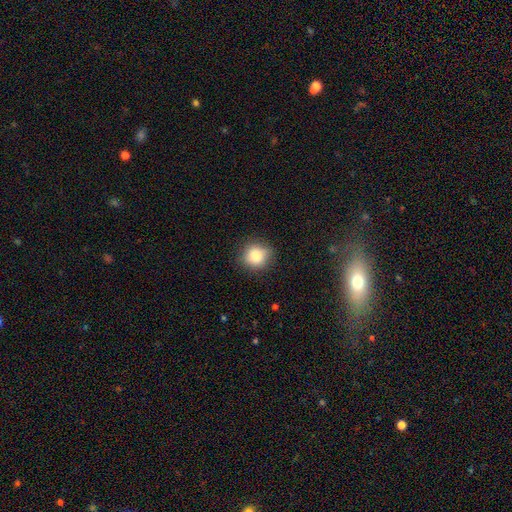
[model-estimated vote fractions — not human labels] Smooth or featured: smooth — 84% (star or artifact — 10%)
How rounded: round — 84% (in between — 15%)
Merging: none — 83% (minor disturbance — 13%)